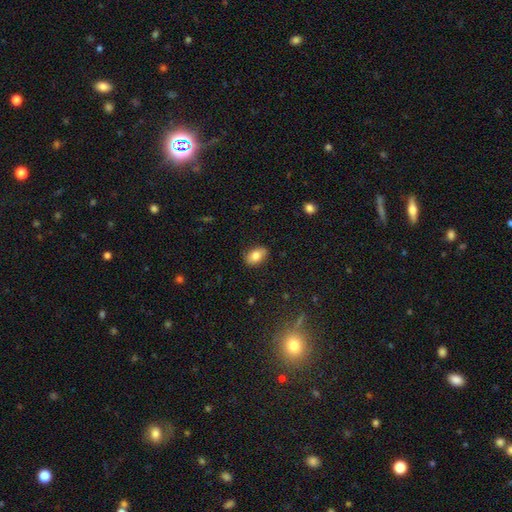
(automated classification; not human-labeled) The model was most divided on "smooth or featured": smooth: 80%, featured or disk: 12%, star or artifact: 8%. More confident: how rounded — in between (87%); merging — none (83%).